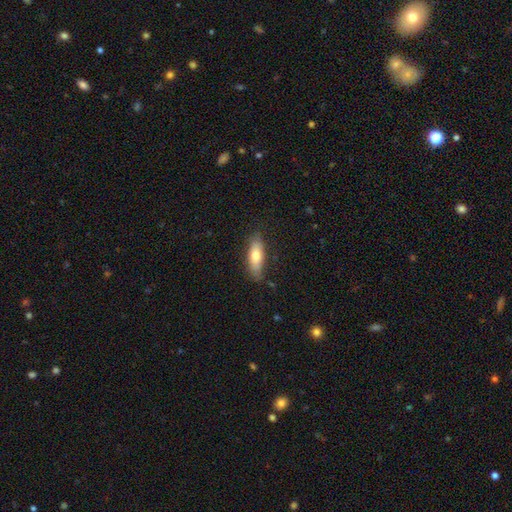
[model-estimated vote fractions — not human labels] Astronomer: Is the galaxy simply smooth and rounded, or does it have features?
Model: smooth — 70%.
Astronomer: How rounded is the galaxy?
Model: in between — 57% (runner-up: cigar-shaped, 41%).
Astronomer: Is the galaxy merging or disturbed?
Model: none — 79%.